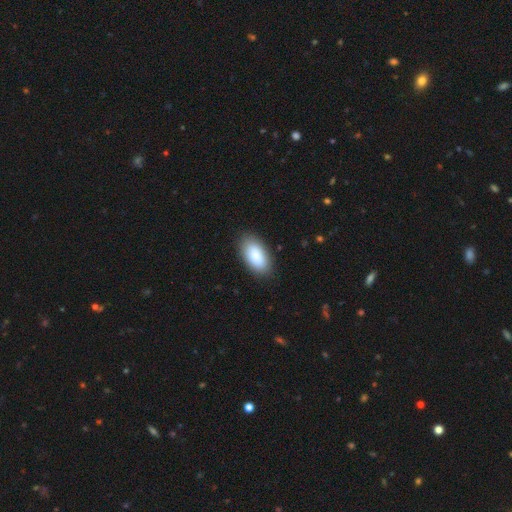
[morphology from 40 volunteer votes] This is clearly a smooth galaxy (95%). How rounded: clearly in between (95%). Merging: clearly none (88%).